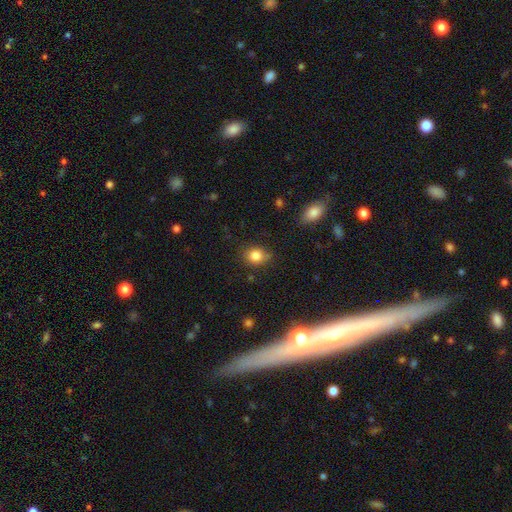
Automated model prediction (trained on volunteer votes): Smooth or featured?
  - smooth: 84% *
  - star or artifact: 10%
  - featured or disk: 6%
How rounded?
  - round: 56% *
  - in between: 43%
  - cigar-shaped: 1%
Merging?
  - none: 75% *
  - minor disturbance: 19%
  - major disturbance: 4%
  - merger: 2%